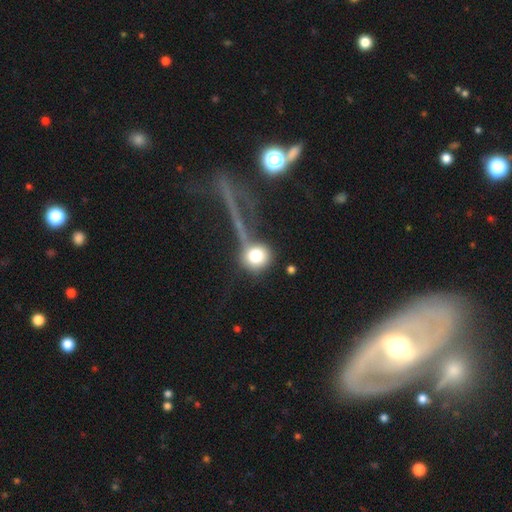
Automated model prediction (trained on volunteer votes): Smooth or featured? Predicted: smooth (p=0.73). How rounded? Predicted: round (p=0.86). Merging? Predicted: none (p=0.44).